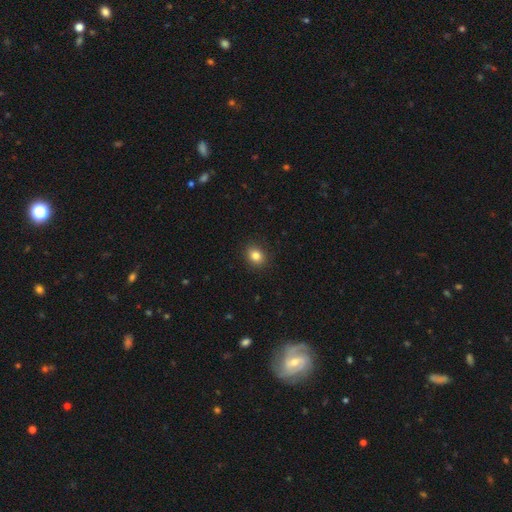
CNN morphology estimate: A smooth galaxy with no disk features (84%) that is round (58%).

Vote fractions:
- Smooth or featured? smooth: 84% / star or artifact: 11% / featured or disk: 5%
- How rounded? round: 58% / in between: 41% / cigar-shaped: 1%
- Merging? none: 90% / minor disturbance: 7% / major disturbance: 2% / merger: 1%